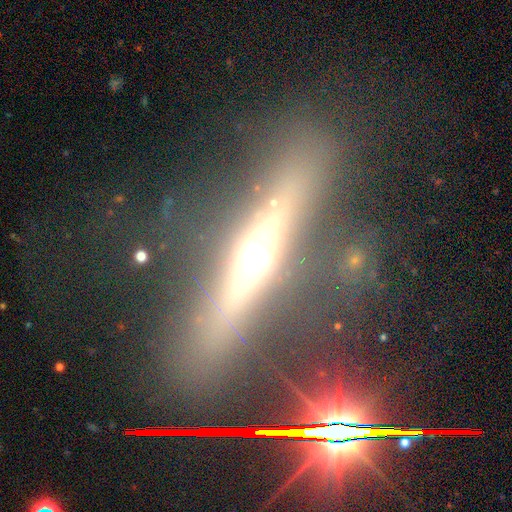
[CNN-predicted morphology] smooth_or_featured: featured or disk (p=0.63) [alt: smooth p=0.21]
disk_edge_on: yes (p=0.89) [alt: no p=0.11]
edge_on_bulge: rounded (p=0.91) [alt: boxy p=0.06]
merging: none (p=0.77) [alt: minor disturbance p=0.11]